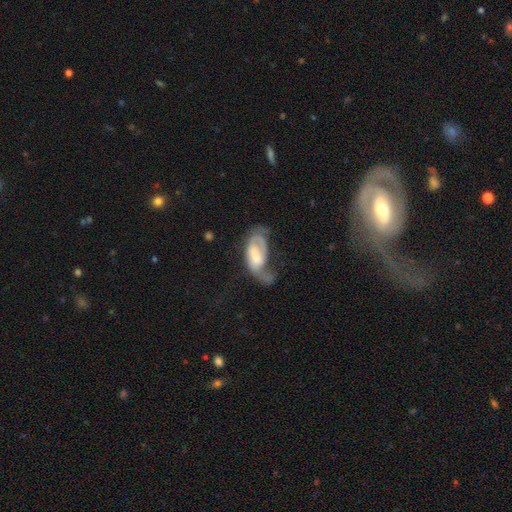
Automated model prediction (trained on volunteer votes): featured or disk 56%, smooth 36%, star or artifact 7%. Down the decision tree: edge-on disk — no (94%); bar — no (42%); spiral arms — yes (73%); bulge size — moderate (29%); merging — major disturbance (50%).